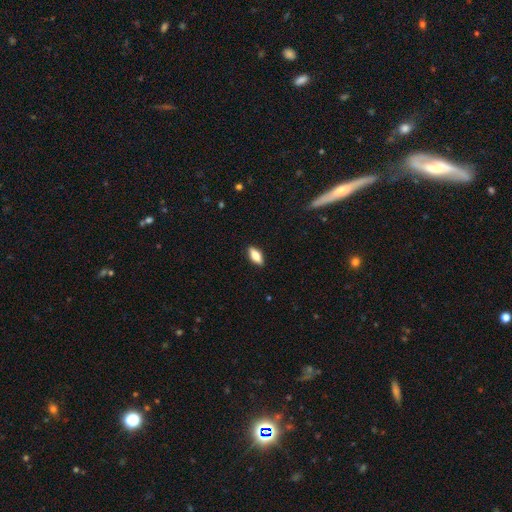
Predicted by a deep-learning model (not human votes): Overall: smooth (79%). How rounded: in between (80%). Merging: none (88%).